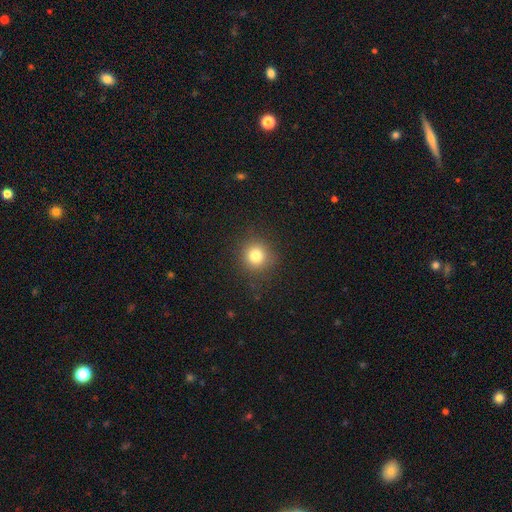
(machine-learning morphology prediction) Smooth or featured?
  - smooth: 80% *
  - star or artifact: 13%
  - featured or disk: 7%
How rounded?
  - round: 92% *
  - in between: 7%
  - cigar-shaped: 1%
Merging?
  - none: 89% *
  - minor disturbance: 7%
  - major disturbance: 3%
  - merger: 1%